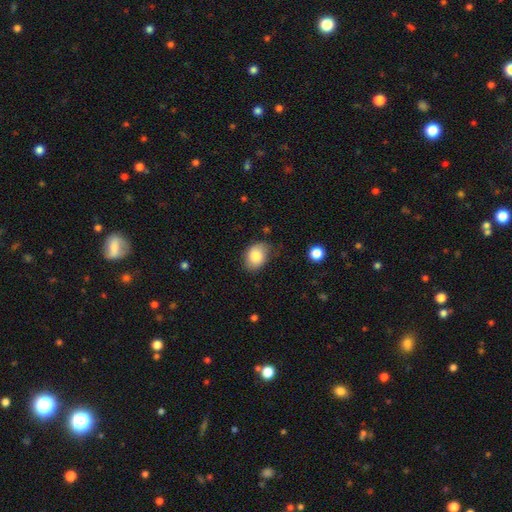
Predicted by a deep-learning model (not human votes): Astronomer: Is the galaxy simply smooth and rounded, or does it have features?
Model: smooth — 84%.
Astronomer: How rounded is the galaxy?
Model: in between — 74%.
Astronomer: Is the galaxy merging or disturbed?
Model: none — 72%.